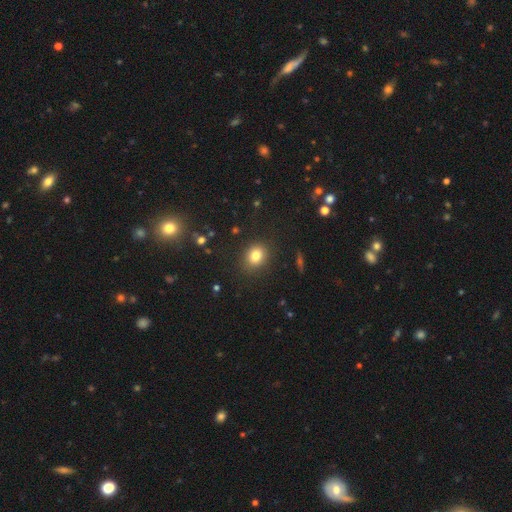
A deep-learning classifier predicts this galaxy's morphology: This appears to be a smooth galaxy with no disk features (81%) that is round (59%). Merging: none (87%).